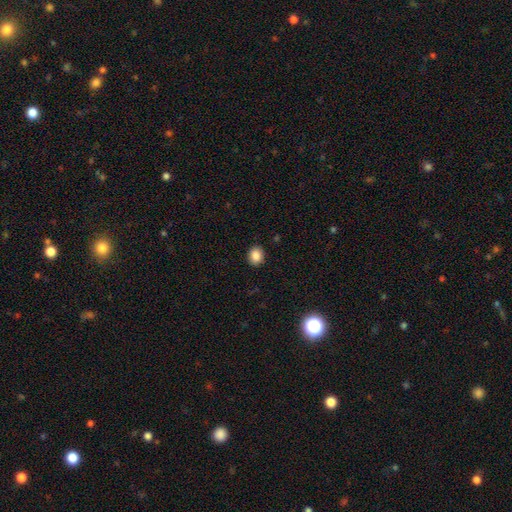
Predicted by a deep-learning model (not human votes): Smooth or featured?
  - smooth: 85% *
  - star or artifact: 10%
  - featured or disk: 5%
How rounded?
  - round: 62% *
  - in between: 37%
  - cigar-shaped: 1%
Merging?
  - none: 91% *
  - minor disturbance: 6%
  - major disturbance: 2%
  - merger: 1%